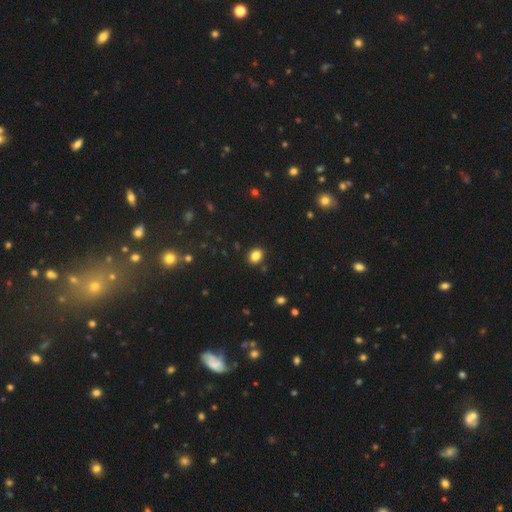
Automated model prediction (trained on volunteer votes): This appears to be a smooth galaxy with no disk features (84%) that is in between round and cigar-shaped (63%). Merging: none (88%).